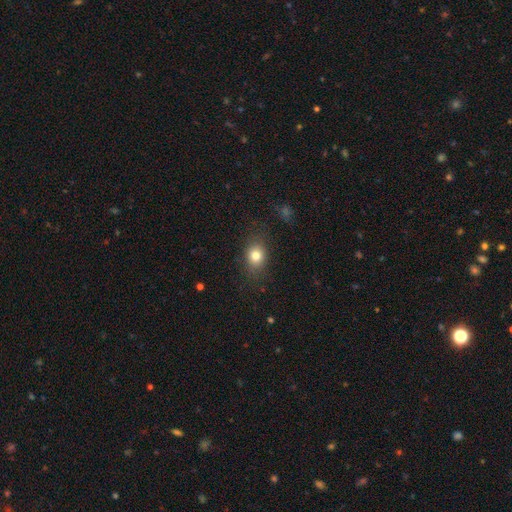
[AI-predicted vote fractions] smooth 80%, star or artifact 11%, featured or disk 9%. Down the decision tree: how rounded — in between (53%); merging — none (81%).